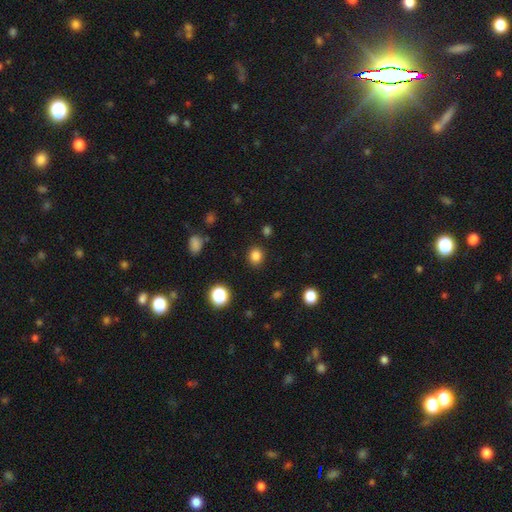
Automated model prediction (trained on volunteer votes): Smooth or featured? Predicted: smooth (p=0.83). How rounded? Predicted: round (p=0.76). Merging? Predicted: none (p=0.89).